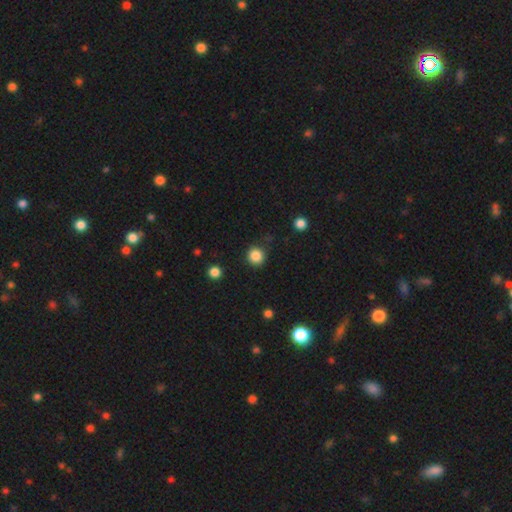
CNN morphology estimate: smooth 86%, star or artifact 11%, featured or disk 3%. Down the decision tree: how rounded — round (93%); merging — none (88%).